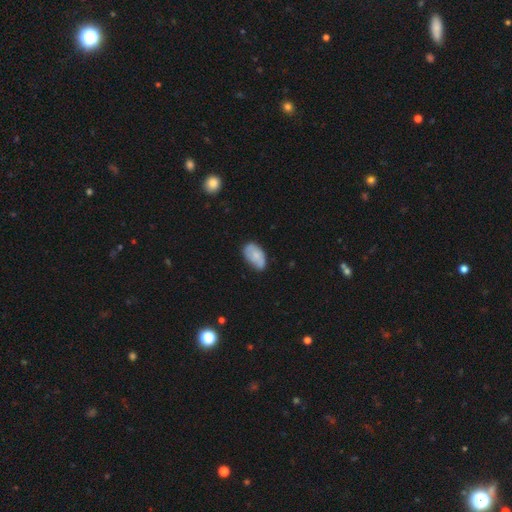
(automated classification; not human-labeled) A smooth galaxy with no disk features (70%) that is in between round and cigar-shaped (93%).

Vote fractions:
- Smooth or featured? smooth: 70% / featured or disk: 24% / star or artifact: 7%
- How rounded? in between: 93% / round: 5% / cigar-shaped: 2%
- Merging? none: 52% / minor disturbance: 37% / major disturbance: 8% / merger: 3%